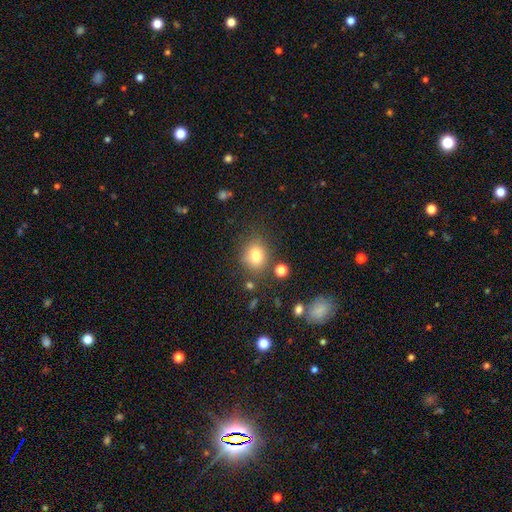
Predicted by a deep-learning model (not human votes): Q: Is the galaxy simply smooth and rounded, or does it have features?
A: smooth — 78%.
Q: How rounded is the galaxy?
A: round — 64%.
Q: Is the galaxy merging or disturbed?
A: none — 76%.